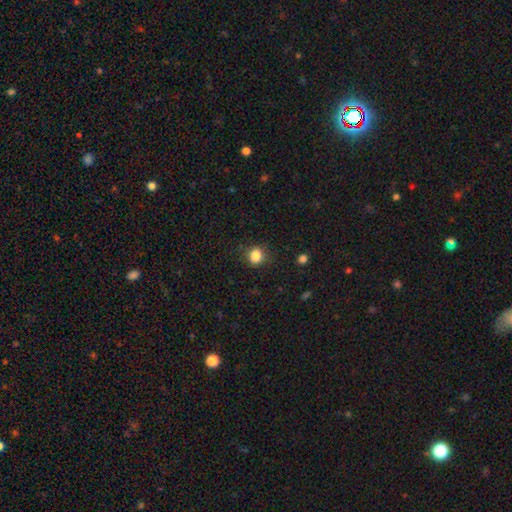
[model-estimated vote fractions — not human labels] This is clearly a smooth galaxy (85%). How rounded: likely round (74%). Merging: clearly none (85%).